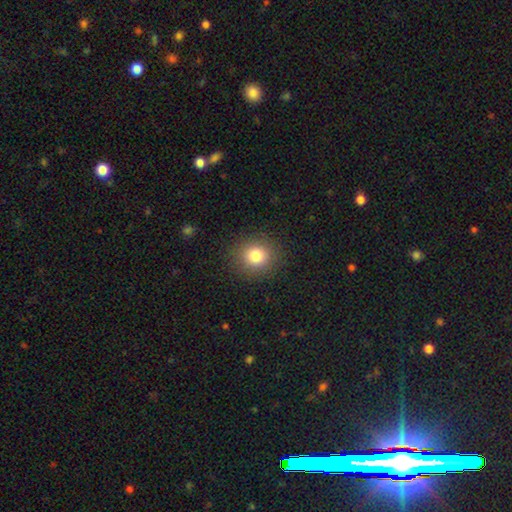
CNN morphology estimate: Q: Smooth or featured?
A: smooth (81%); runner-up: star or artifact (11%)
Q: How rounded?
A: round (86%); runner-up: in between (13%)
Q: Merging?
A: none (89%); runner-up: minor disturbance (7%)